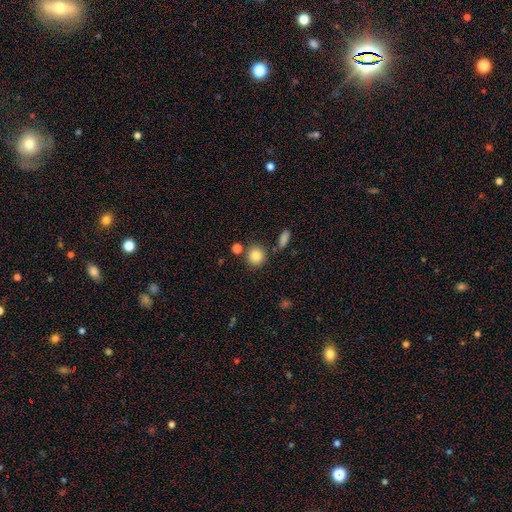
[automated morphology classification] Q: Smooth or featured?
A: smooth (85%); runner-up: star or artifact (10%)
Q: How rounded?
A: round (88%); runner-up: in between (11%)
Q: Merging?
A: none (79%); runner-up: minor disturbance (9%)